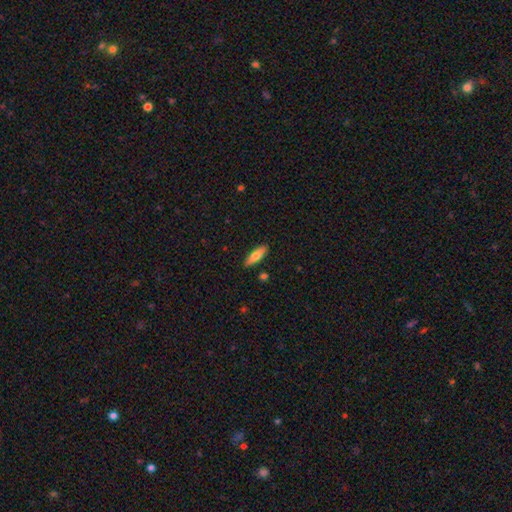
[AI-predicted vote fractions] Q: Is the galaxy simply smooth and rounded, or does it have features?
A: smooth — 69%.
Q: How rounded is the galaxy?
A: cigar-shaped — 53%.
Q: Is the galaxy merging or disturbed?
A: none — 88%.